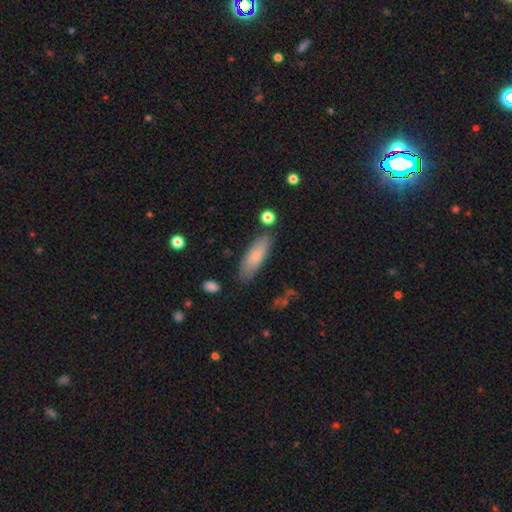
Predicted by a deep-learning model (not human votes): smooth 78%, featured or disk 16%, star or artifact 6%. Down the decision tree: how rounded — in between (53%); merging — none (80%).